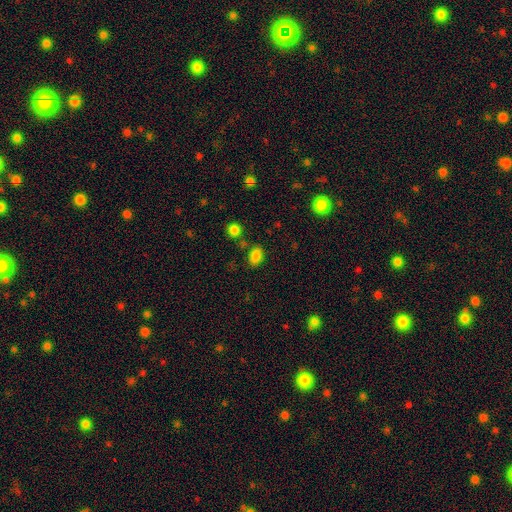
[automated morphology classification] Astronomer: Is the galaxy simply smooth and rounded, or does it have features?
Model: smooth — 84%.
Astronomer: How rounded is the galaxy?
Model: in between — 81%.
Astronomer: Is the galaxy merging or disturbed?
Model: none — 75%.